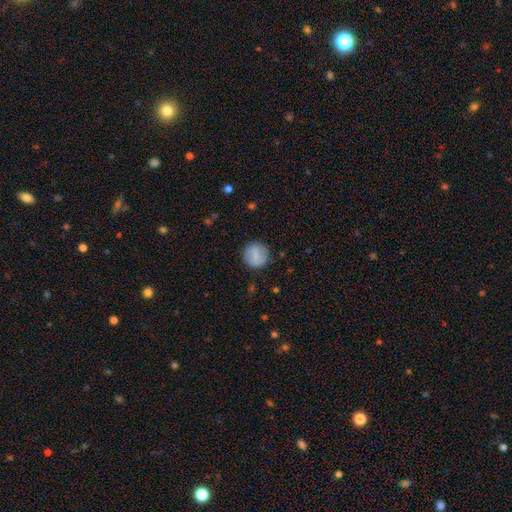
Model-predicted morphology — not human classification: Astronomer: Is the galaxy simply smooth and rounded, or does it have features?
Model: smooth — 78%.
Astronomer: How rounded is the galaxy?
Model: round — 93%.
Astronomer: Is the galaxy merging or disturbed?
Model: none — 87%.